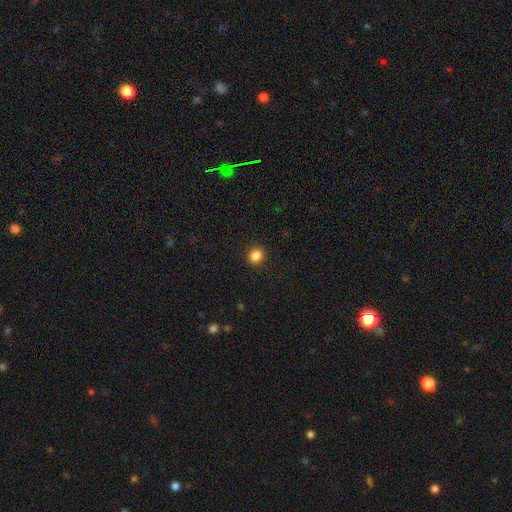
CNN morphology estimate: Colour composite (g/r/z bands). It shows a smooth galaxy with no disk features (86%) that is round (88%). Merging: none (92%).